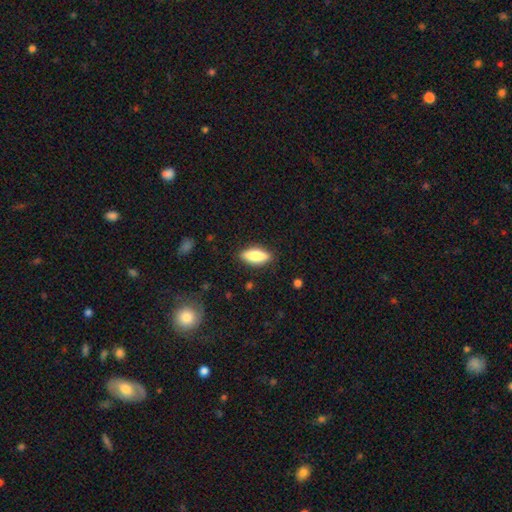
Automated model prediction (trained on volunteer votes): Smooth or featured?
  - smooth: 75% *
  - featured or disk: 18%
  - star or artifact: 6%
How rounded?
  - in between: 65% *
  - cigar-shaped: 32%
  - round: 2%
Merging?
  - none: 86% *
  - minor disturbance: 10%
  - major disturbance: 2%
  - merger: 1%